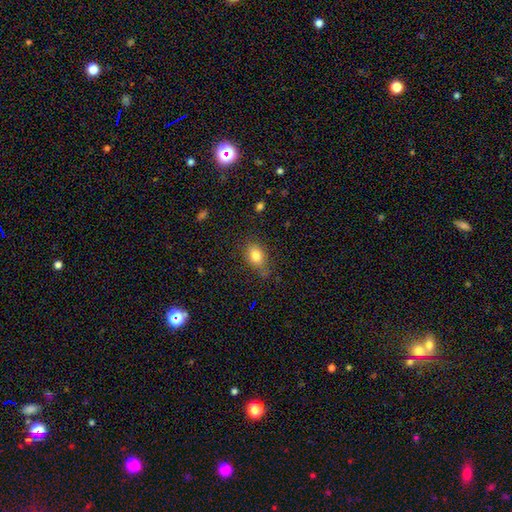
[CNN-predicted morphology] smooth 81%, star or artifact 10%, featured or disk 9%. Down the decision tree: how rounded — in between (76%); merging — none (70%).